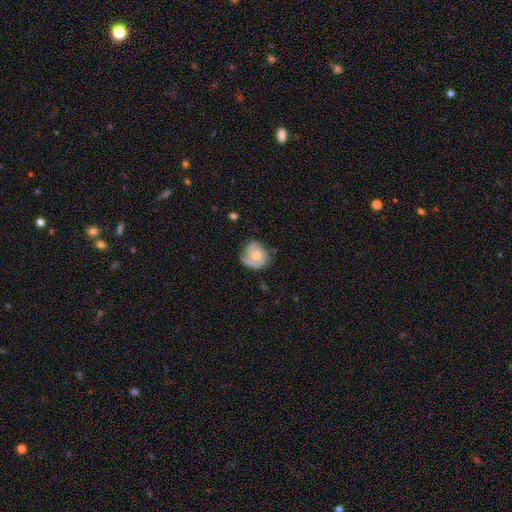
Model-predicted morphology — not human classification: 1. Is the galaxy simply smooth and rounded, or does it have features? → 60% featured or disk, 33% smooth, 7% star or artifact.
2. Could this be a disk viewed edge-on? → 98% no, 2% yes.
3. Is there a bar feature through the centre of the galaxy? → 76% no, 21% weak, 3% strong.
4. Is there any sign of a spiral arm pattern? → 86% yes, 14% no.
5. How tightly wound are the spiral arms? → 52% tight, 36% medium, 12% loose.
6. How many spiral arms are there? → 43% 2, 24% can't tell, 18% 3, 9% 1, 3% 4, 3% more than 4.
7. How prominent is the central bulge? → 49% moderate, 28% small, 11% large, 9% none, 2% dominant.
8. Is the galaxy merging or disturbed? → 62% none, 26% minor disturbance, 10% major disturbance, 2% merger.